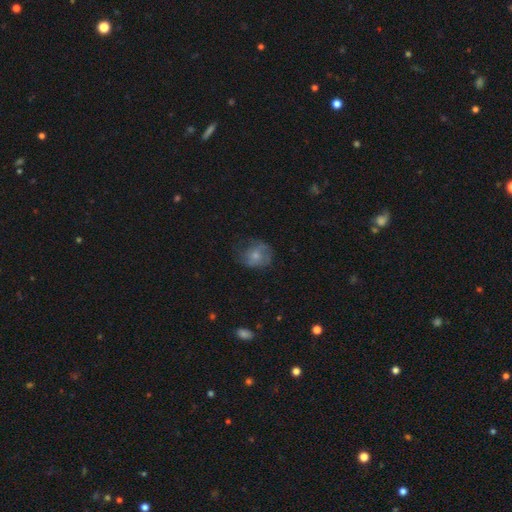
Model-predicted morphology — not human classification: This is possibly a smooth galaxy (59%). How rounded: likely round (67%). Merging: possibly none (52%).